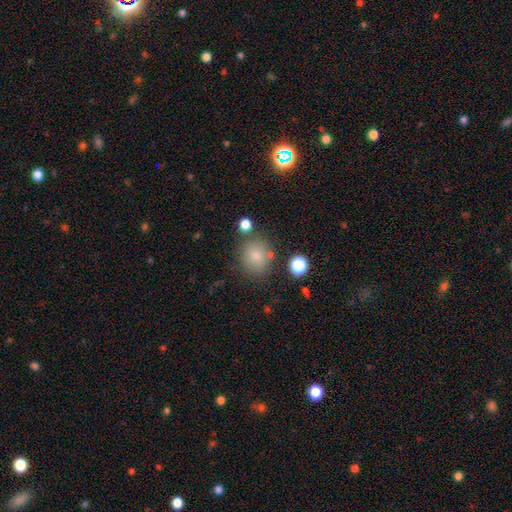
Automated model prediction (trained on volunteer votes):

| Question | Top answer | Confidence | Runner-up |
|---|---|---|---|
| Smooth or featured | smooth | 79% | star or artifact (13%) |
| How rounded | round | 80% | in between (19%) |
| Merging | none | 75% | minor disturbance (12%) |